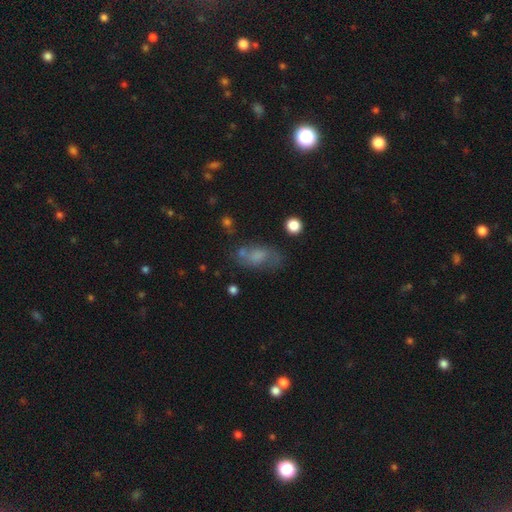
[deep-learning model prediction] Smooth or featured? smooth (56%)
How rounded? in between (81%)
Merging? none (54%)